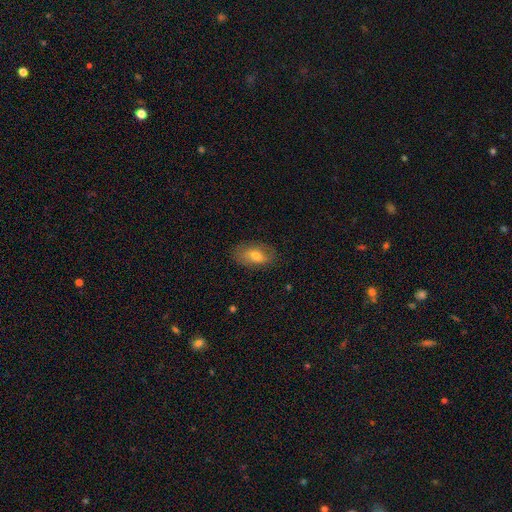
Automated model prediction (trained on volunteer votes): Smooth or featured?
  - smooth: 64% *
  - featured or disk: 28%
  - star or artifact: 8%
How rounded?
  - in between: 88% *
  - round: 8%
  - cigar-shaped: 4%
Merging?
  - none: 78% *
  - minor disturbance: 16%
  - major disturbance: 4%
  - merger: 1%